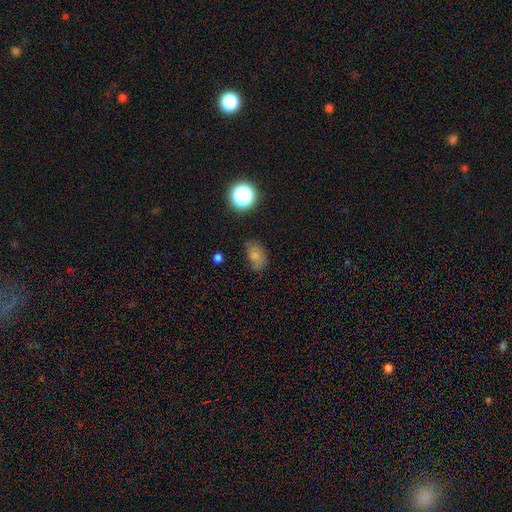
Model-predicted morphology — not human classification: smooth_or_featured: smooth (p=0.75) [alt: star or artifact p=0.15]
how_rounded: in between (p=0.82) [alt: round p=0.16]
merging: none (p=0.59) [alt: minor disturbance p=0.29]